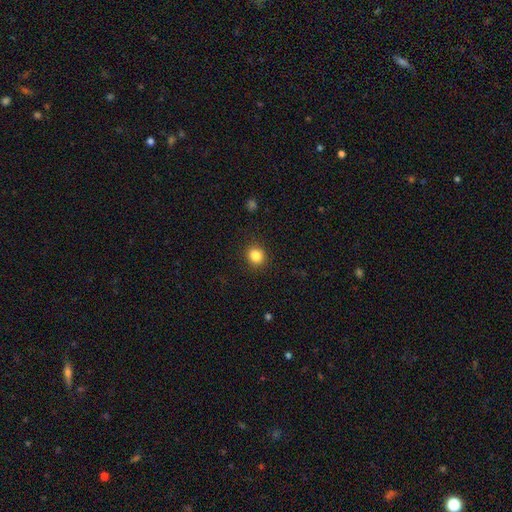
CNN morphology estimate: Smooth or featured? Predicted: smooth (p=0.84). How rounded? Predicted: round (p=0.83). Merging? Predicted: none (p=0.90).